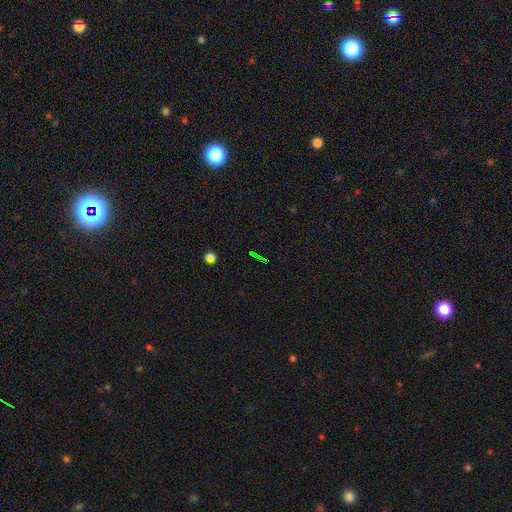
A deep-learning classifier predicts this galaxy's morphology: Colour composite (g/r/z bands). It shows a star or artifact, not a galaxy (69%).